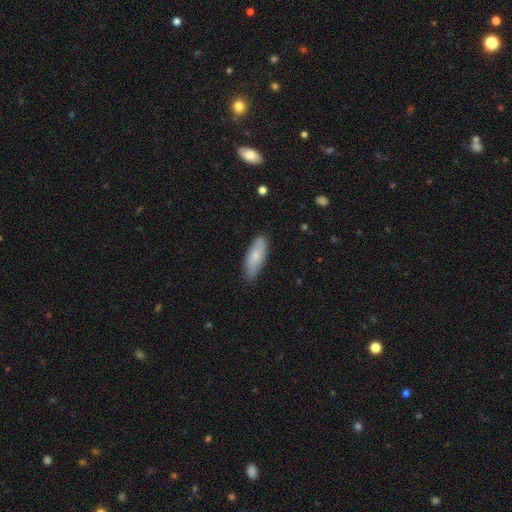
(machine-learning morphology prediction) A smooth galaxy with no disk features (69%) that is in between round and cigar-shaped (70%). Merging: none (79%).